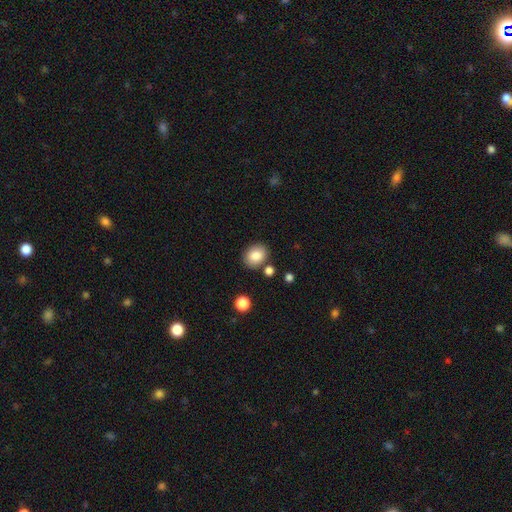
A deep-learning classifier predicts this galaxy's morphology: smooth 85%, star or artifact 9%, featured or disk 7%. Down the decision tree: how rounded — round (51%); merging — none (81%).